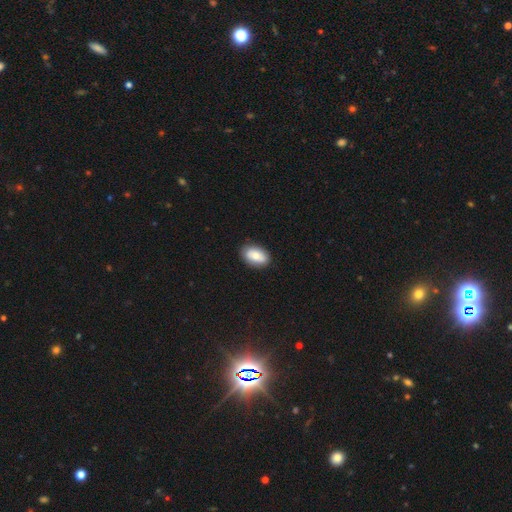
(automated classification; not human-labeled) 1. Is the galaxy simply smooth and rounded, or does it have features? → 77% smooth, 16% featured or disk, 7% star or artifact.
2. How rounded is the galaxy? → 90% in between, 8% round, 2% cigar-shaped.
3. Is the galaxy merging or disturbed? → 87% none, 10% minor disturbance, 2% major disturbance, 1% merger.